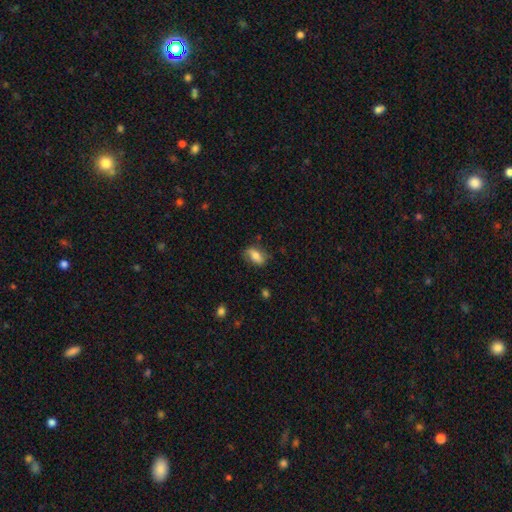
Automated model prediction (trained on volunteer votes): smooth_or_featured: smooth (p=0.71) [alt: featured or disk p=0.22]
how_rounded: in between (p=0.85) [alt: cigar-shaped p=0.08]
merging: none (p=0.71) [alt: minor disturbance p=0.22]